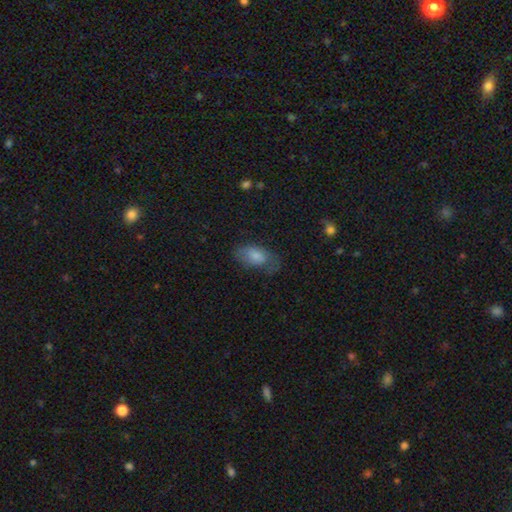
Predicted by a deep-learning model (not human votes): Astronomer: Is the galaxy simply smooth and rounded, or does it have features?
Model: smooth — 66%.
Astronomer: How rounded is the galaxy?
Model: in between — 90%.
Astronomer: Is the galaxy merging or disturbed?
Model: none — 58%.